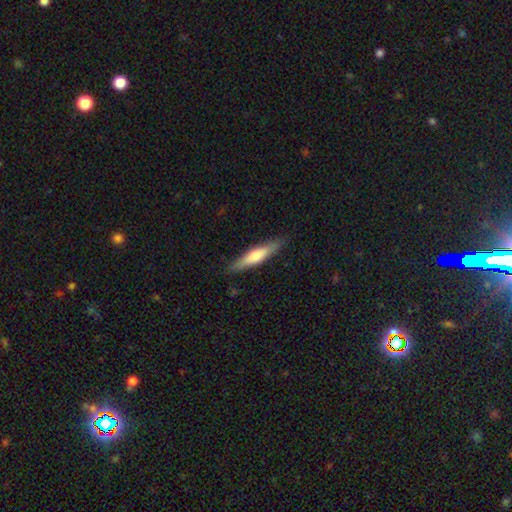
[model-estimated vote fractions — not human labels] smooth 54%, featured or disk 41%, star or artifact 5%. Down the decision tree: how rounded — cigar-shaped (86%); merging — none (87%).